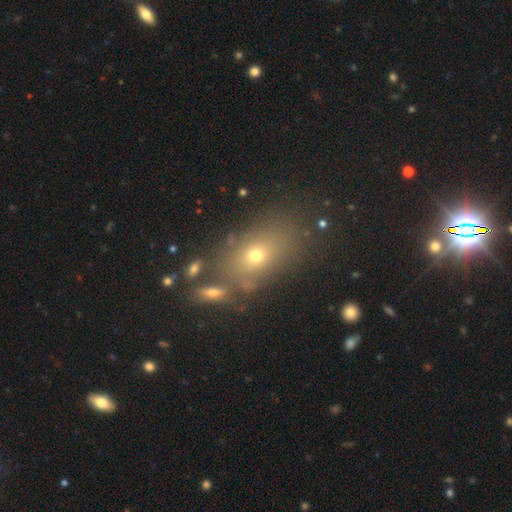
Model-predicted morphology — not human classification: smooth-or-featured: smooth: 61% | star or artifact: 22% | featured or disk: 17%
  how-rounded: in between: 70% | round: 26% | cigar-shaped: 4%
  merging: none: 68% | merger: 13% | minor disturbance: 13% | major disturbance: 6%